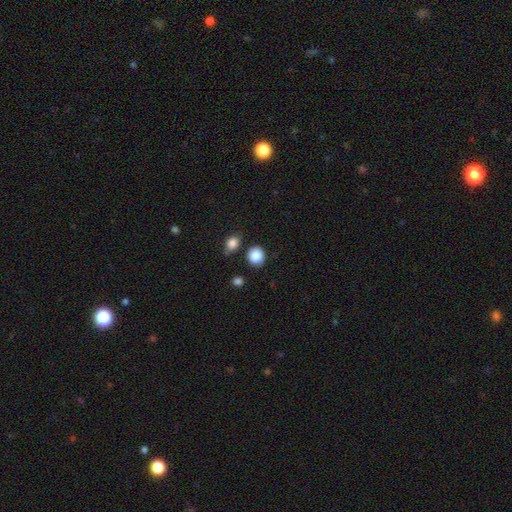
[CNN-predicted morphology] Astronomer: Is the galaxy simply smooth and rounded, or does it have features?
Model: smooth — 87%.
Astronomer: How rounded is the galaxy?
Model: round — 82%.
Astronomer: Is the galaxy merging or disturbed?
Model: none — 81%.